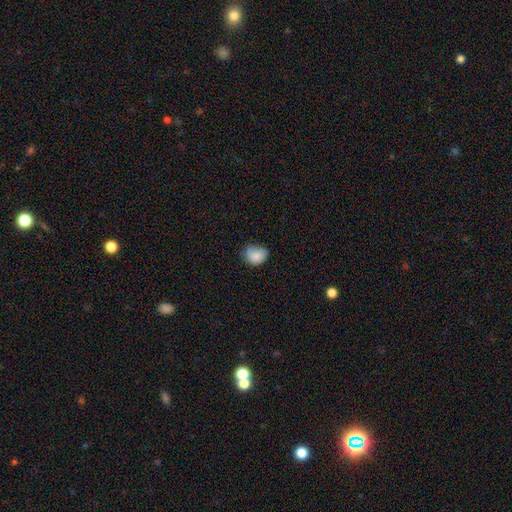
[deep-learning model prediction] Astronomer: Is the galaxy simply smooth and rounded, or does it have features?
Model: smooth — 80%.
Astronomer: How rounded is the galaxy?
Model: round — 54% (runner-up: in between, 46%).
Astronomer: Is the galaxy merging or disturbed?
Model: none — 48% (runner-up: minor disturbance, 37%).